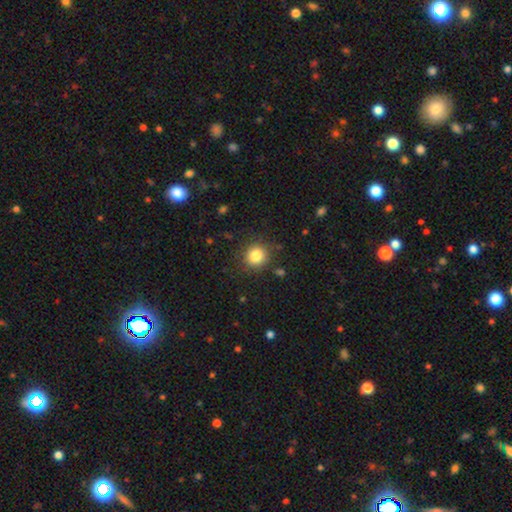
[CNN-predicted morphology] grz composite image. It shows a smooth galaxy with no disk features (83%) that is round (90%). Merging: none (86%).